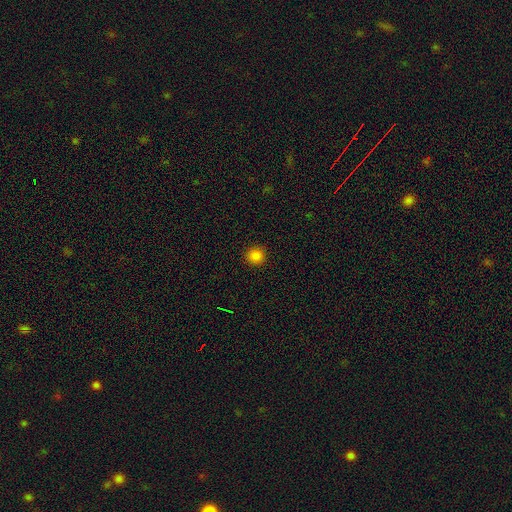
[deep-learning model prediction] The model was most divided on "smooth or featured": smooth: 84%, star or artifact: 13%, featured or disk: 3%. More confident: how rounded — round (94%); merging — none (92%).